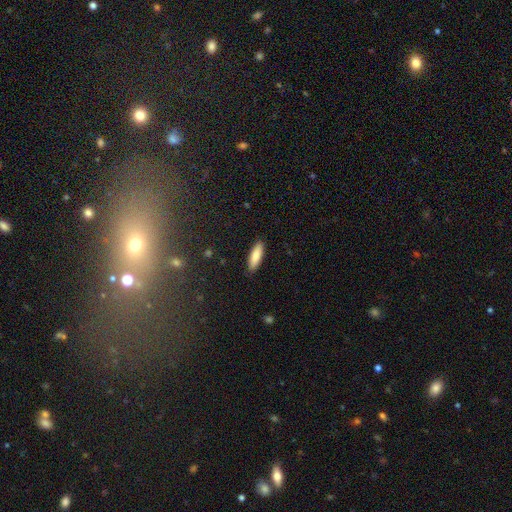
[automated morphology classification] Overall: smooth (86%). How rounded: cigar-shaped (53%; in between 45%). Merging: none (89%).